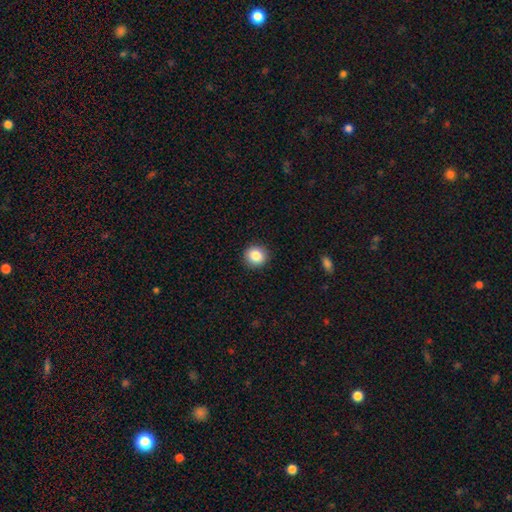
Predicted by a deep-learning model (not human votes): Smooth or featured: smooth — 85% (star or artifact — 9%)
How rounded: round — 90% (in between — 9%)
Merging: none — 92% (minor disturbance — 6%)